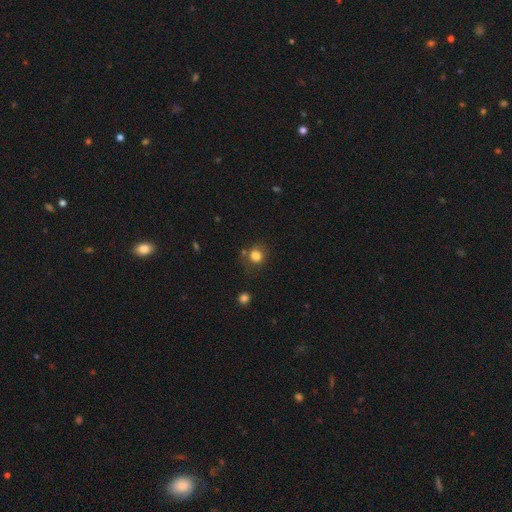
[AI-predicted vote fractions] Overall: smooth (81%). How rounded: round (83%). Merging: none (73%).